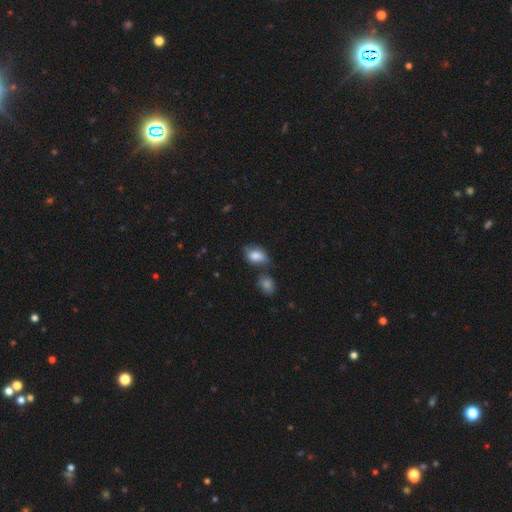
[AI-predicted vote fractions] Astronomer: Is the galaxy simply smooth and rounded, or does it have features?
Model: smooth — 77%.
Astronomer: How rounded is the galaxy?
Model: in between — 86%.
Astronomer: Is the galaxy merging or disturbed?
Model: none — 56%.